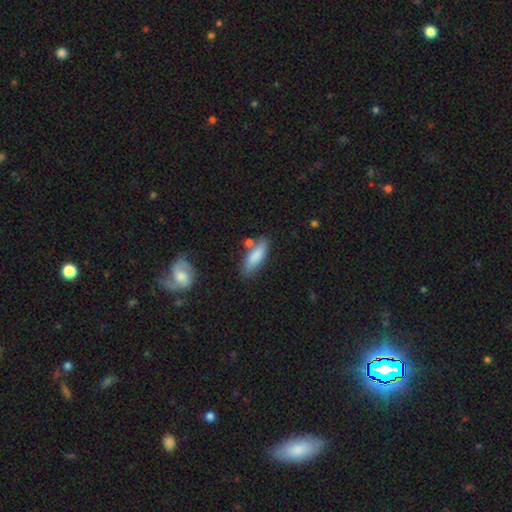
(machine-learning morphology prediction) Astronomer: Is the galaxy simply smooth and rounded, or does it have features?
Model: smooth — 82%.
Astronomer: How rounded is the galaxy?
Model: in between — 57% (runner-up: cigar-shaped, 41%).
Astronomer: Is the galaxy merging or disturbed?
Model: none — 69%.